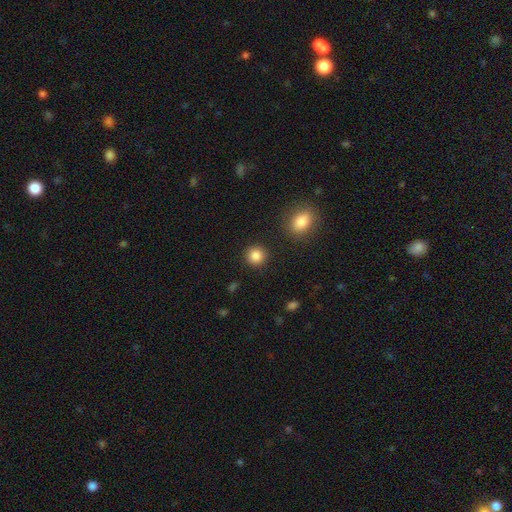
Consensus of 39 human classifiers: Smooth or featured: smooth — 90% (featured or disk — 5%)
How rounded: round — 86% (in between — 14%)
Merging: none — 84% (minor disturbance — 14%)